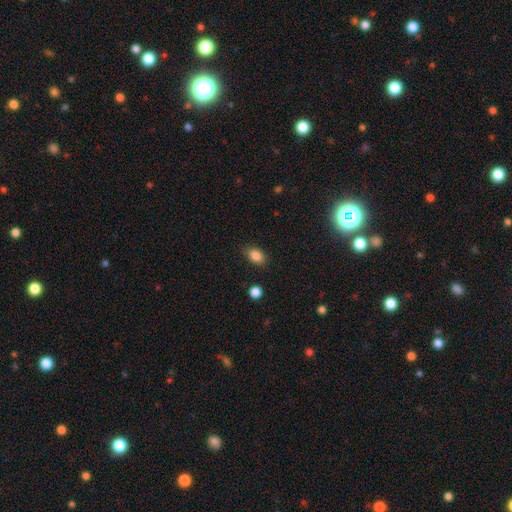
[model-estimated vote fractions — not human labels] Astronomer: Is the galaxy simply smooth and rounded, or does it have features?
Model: smooth — 85%.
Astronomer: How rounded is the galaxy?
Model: in between — 83%.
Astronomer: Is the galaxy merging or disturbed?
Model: none — 84%.